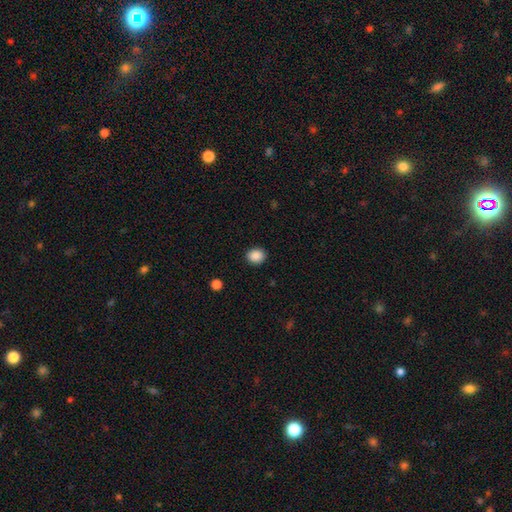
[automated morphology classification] Smooth or featured: smooth — 89% (star or artifact — 9%)
How rounded: round — 65% (in between — 34%)
Merging: none — 90% (minor disturbance — 7%)